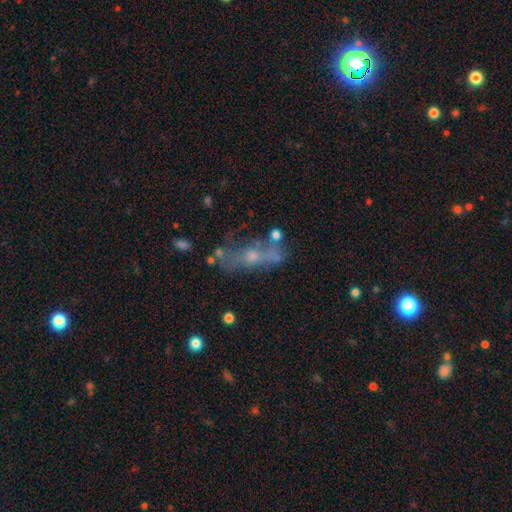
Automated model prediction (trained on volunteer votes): This is possibly a featured or disk galaxy (53%). It is likely not viewed edge-on (64%). Merging: possibly none (49%).